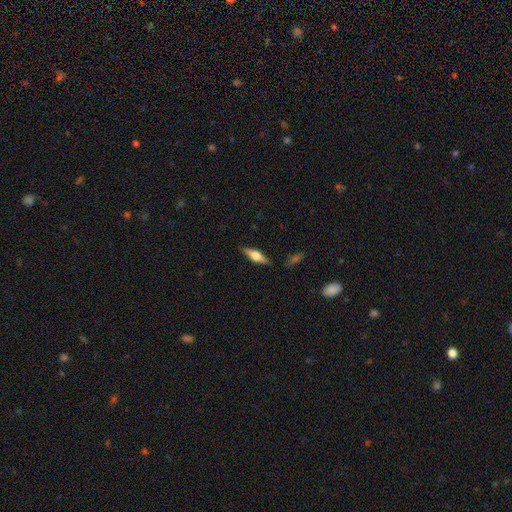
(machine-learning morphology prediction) Q: Smooth or featured?
A: featured or disk (53%); runner-up: smooth (41%)
Q: Edge-on disk?
A: yes (94%); runner-up: no (6%)
Q: Edge-on bulge?
A: rounded (90%); runner-up: boxy (8%)
Q: Merging?
A: none (86%); runner-up: minor disturbance (10%)